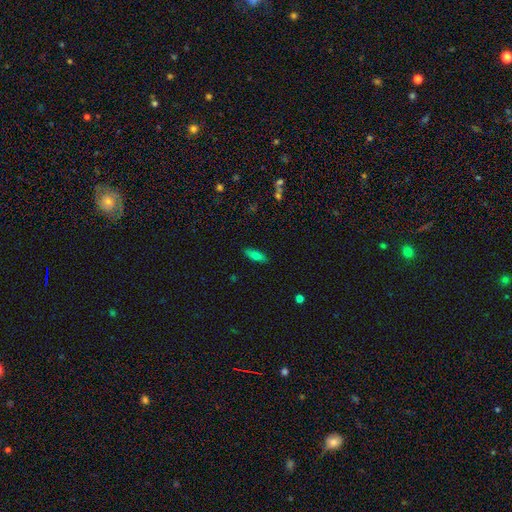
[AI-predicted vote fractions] smooth 72%, featured or disk 19%, star or artifact 9%. Down the decision tree: how rounded — in between (60%); merging — none (88%).